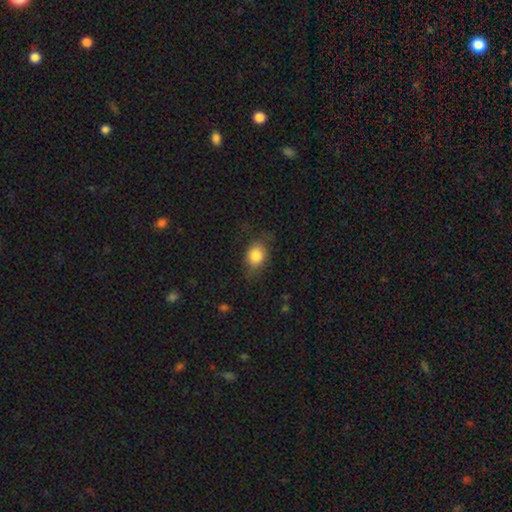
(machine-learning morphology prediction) Smooth or featured? smooth (83%)
How rounded? in between (60%)
Merging? none (68%)